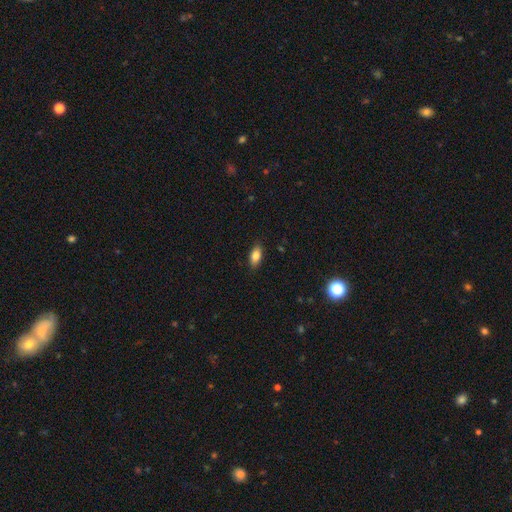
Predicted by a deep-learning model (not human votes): A smooth galaxy with no disk features (82%) that is in between round and cigar-shaped (88%). Merging: none (88%).